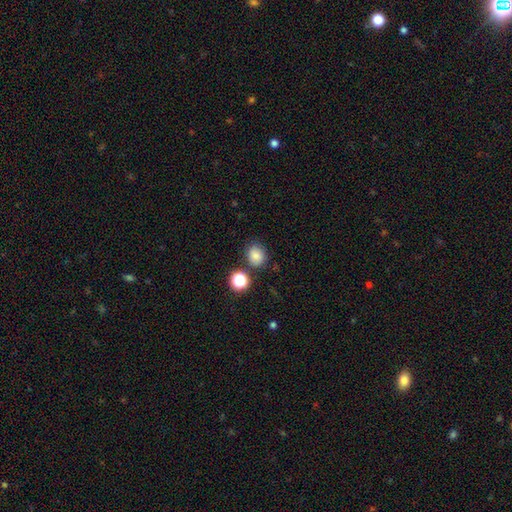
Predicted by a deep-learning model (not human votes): Overall: smooth (80%). How rounded: round (66%; in between 33%). Merging: none (76%).